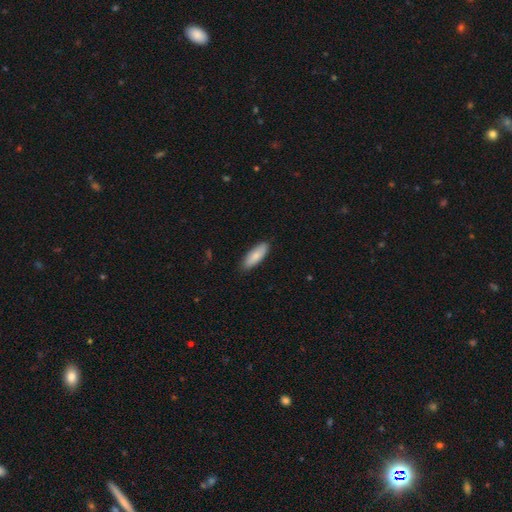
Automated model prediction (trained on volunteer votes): Q: Smooth or featured?
A: smooth (84%); runner-up: featured or disk (11%)
Q: How rounded?
A: in between (66%); runner-up: cigar-shaped (33%)
Q: Merging?
A: none (87%); runner-up: minor disturbance (10%)